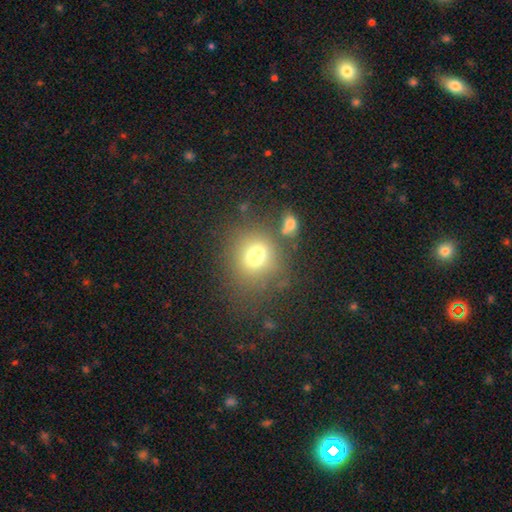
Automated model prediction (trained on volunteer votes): Q: Smooth or featured?
A: smooth (67%); runner-up: featured or disk (19%)
Q: How rounded?
A: round (54%); runner-up: in between (45%)
Q: Merging?
A: none (49%); runner-up: merger (28%)